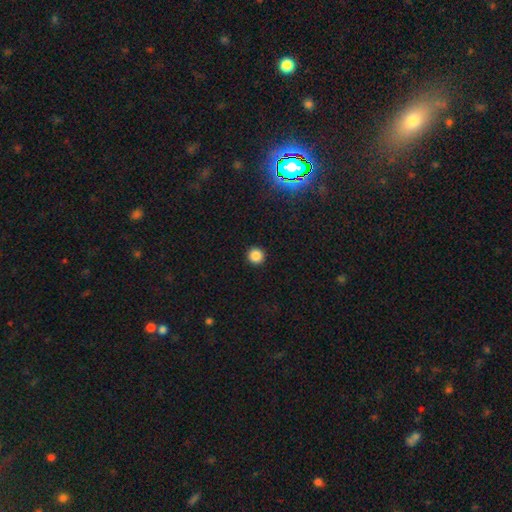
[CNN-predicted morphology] The model was most divided on "smooth or featured": smooth: 85%, star or artifact: 12%, featured or disk: 3%. More confident: how rounded — round (96%); merging — none (93%).